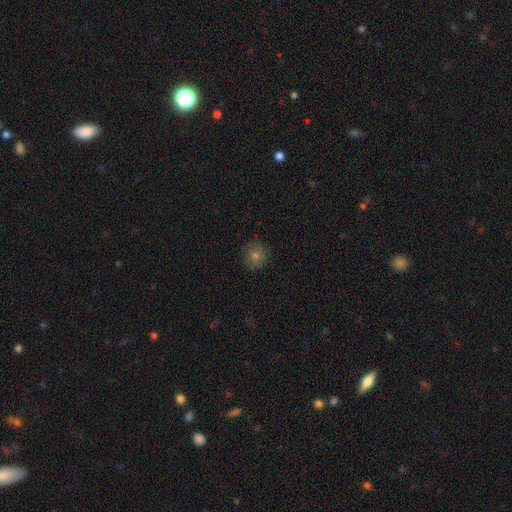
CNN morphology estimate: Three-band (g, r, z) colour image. It shows a smooth galaxy with no disk features (67%) that is round (90%). Merging: none (86%).